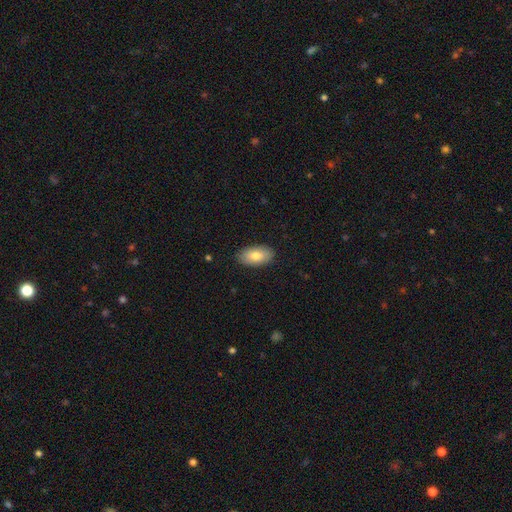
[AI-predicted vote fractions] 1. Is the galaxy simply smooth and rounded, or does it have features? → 79% smooth, 15% featured or disk, 6% star or artifact.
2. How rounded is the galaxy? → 94% in between, 4% round, 2% cigar-shaped.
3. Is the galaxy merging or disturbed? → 88% none, 9% minor disturbance, 2% major disturbance, 1% merger.